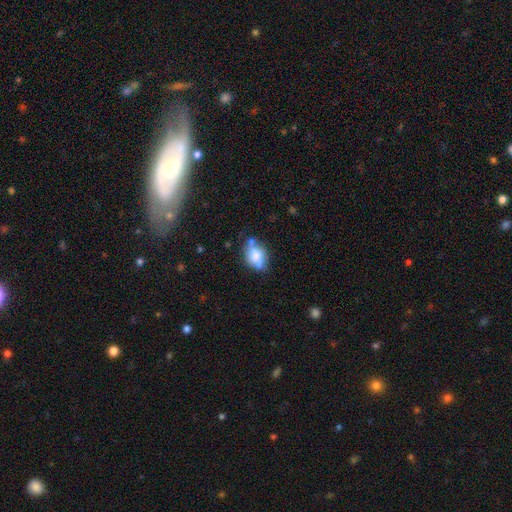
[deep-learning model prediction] smooth-or-featured: smooth: 64% | featured or disk: 27% | star or artifact: 9%
  how-rounded: in between: 79% | round: 18% | cigar-shaped: 4%
  merging: none: 59% | minor disturbance: 26% | merger: 9% | major disturbance: 7%